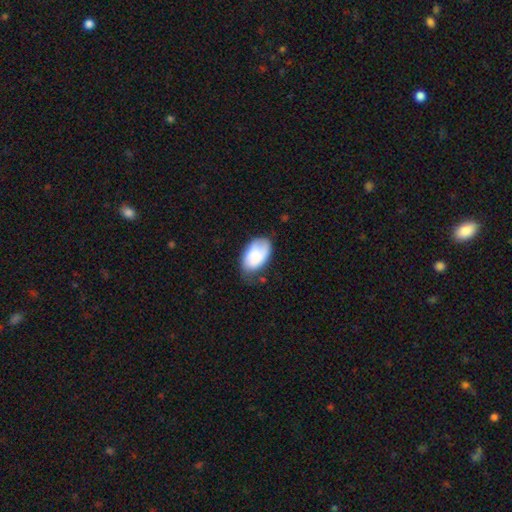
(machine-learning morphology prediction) Smooth or featured: smooth — 80% (featured or disk — 14%)
How rounded: in between — 93% (round — 6%)
Merging: none — 53% (minor disturbance — 35%)